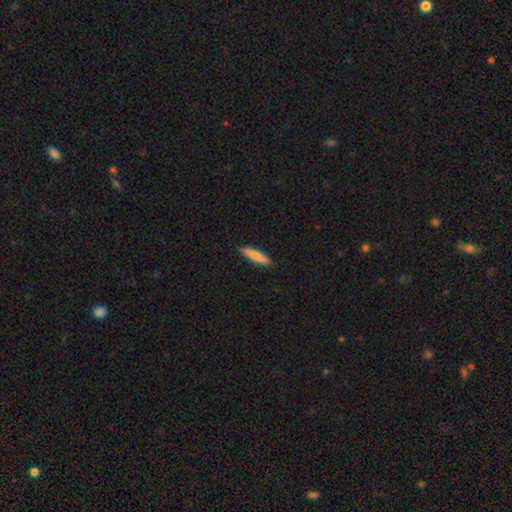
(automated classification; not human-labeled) smooth_or_featured: smooth (p=0.79) [alt: featured or disk p=0.15]
how_rounded: cigar-shaped (p=0.83) [alt: in between p=0.16]
merging: none (p=0.90) [alt: minor disturbance p=0.08]